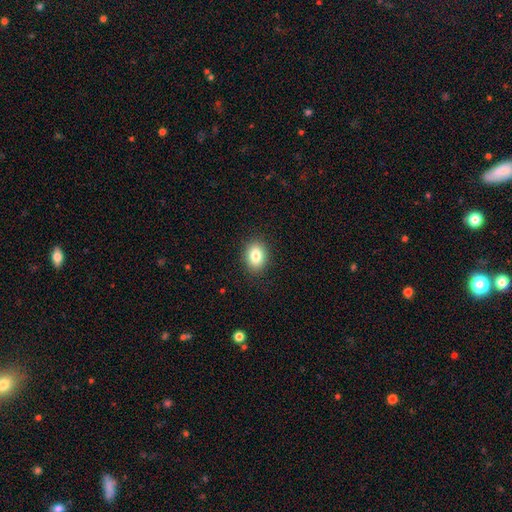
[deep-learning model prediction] Smooth or featured? smooth (84%)
How rounded? in between (68%)
Merging? none (89%)